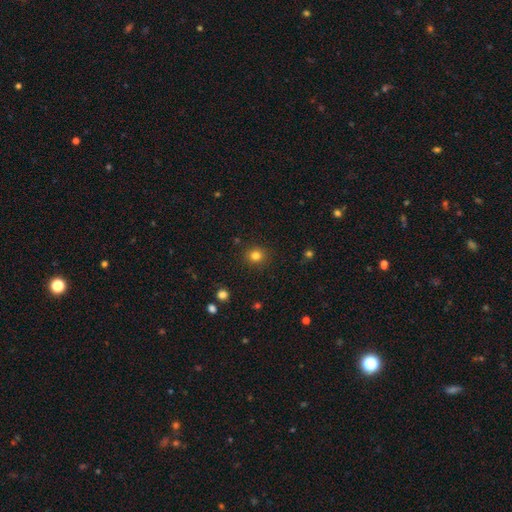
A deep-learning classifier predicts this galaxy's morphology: type=smooth (81%); roundness=round (88%); merging=none (90%).